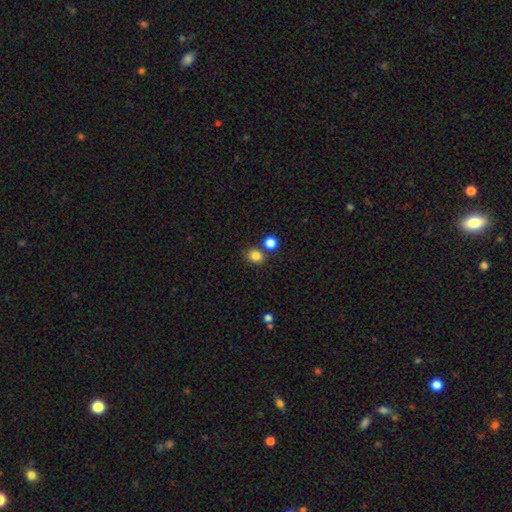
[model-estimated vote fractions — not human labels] A smooth galaxy with no disk features (83%) that is round (72%). Merging: none (73%).